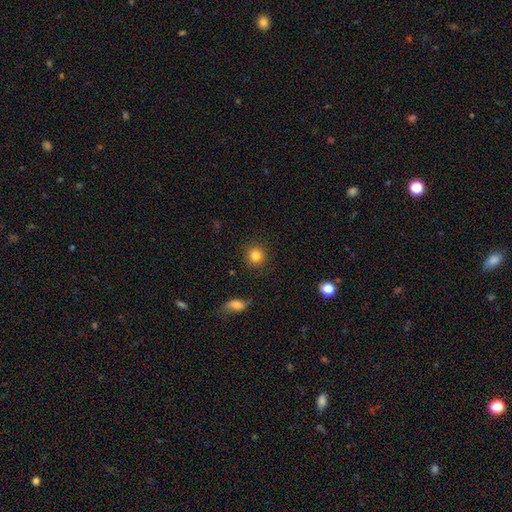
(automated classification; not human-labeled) smooth 84%, star or artifact 11%, featured or disk 6%. Down the decision tree: how rounded — round (91%); merging — none (90%).